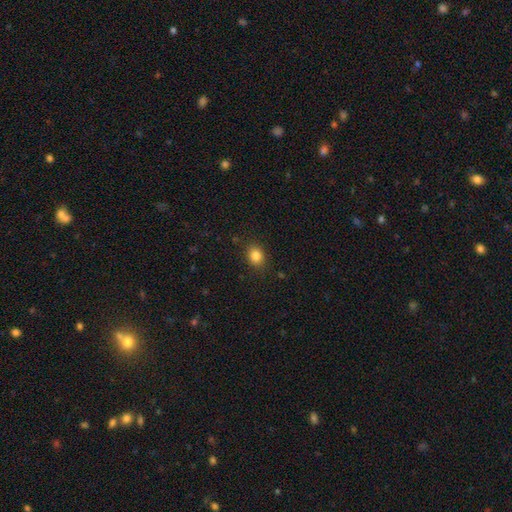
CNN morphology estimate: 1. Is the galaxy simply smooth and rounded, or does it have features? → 84% smooth, 11% star or artifact, 5% featured or disk.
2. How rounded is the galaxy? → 51% in between, 48% round, 1% cigar-shaped.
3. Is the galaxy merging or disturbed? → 87% none, 9% minor disturbance, 3% major disturbance, 1% merger.